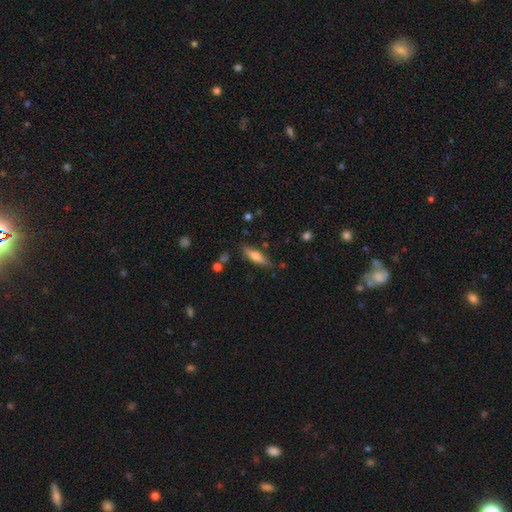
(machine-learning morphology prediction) Smooth or featured: smooth — 56% (featured or disk — 37%)
How rounded: cigar-shaped — 62% (in between — 36%)
Merging: none — 79% (minor disturbance — 14%)